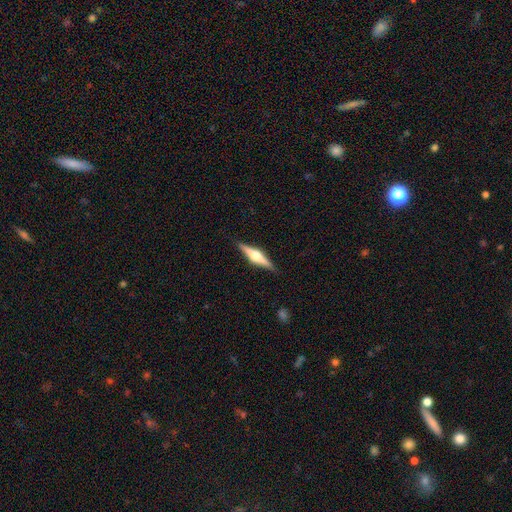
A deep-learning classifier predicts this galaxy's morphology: Smooth or featured? Predicted: featured or disk (p=0.75). Edge-on disk? Predicted: yes (p=0.98). Edge-on bulge? Predicted: rounded (p=0.94). Merging? Predicted: none (p=0.90).